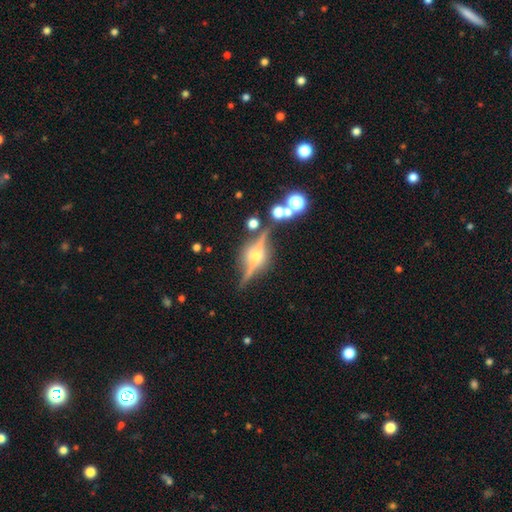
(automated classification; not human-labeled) A featured or disk galaxy (84%) viewed edge-on (95%) with a rounded central bulge (94%).

Vote fractions:
- Smooth or featured? featured or disk: 84% / star or artifact: 9% / smooth: 7%
- Edge-on disk? yes: 95% / no: 5%
- Edge-on bulge? rounded: 94% / boxy: 4% / none: 2%
- Merging? none: 81% / minor disturbance: 11% / merger: 4% / major disturbance: 4%